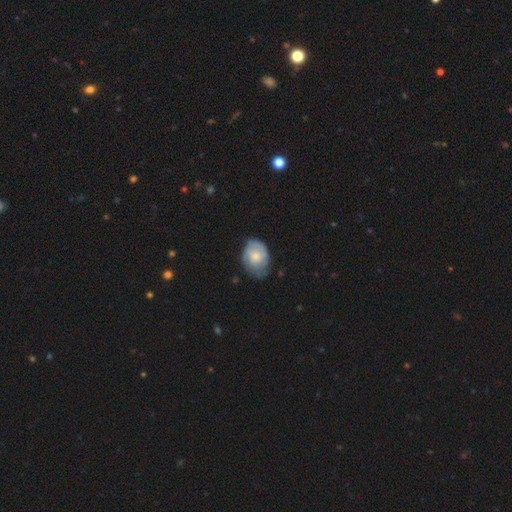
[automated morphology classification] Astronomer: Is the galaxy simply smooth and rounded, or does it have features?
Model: smooth — 53% (runner-up: featured or disk, 41%).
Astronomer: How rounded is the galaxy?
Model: in between — 68%.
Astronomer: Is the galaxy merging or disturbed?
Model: none — 58%.